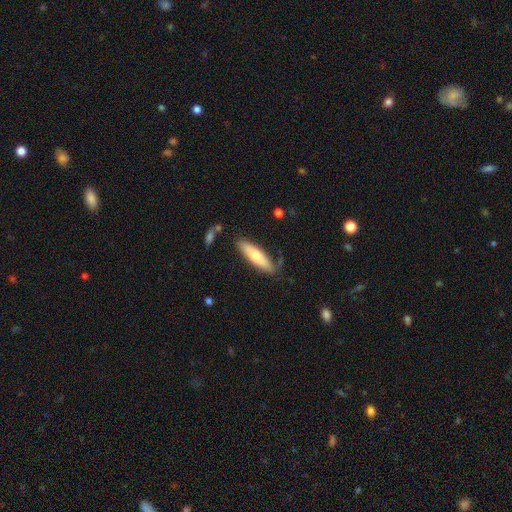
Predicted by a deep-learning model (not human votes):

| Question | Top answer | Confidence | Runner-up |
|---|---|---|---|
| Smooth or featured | smooth | 65% | featured or disk (29%) |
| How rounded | cigar-shaped | 64% | in between (35%) |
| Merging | none | 78% | minor disturbance (15%) |